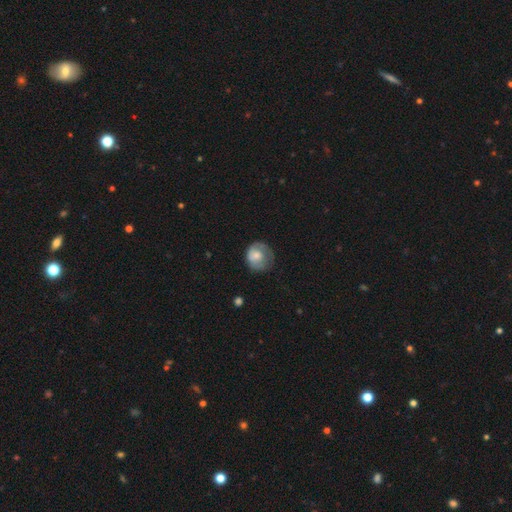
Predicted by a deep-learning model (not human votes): The model was most divided on "merging": none: 50%, minor disturbance: 29%, major disturbance: 20%, merger: 2%. More confident: how rounded — round (78%); smooth or featured — smooth (63%).